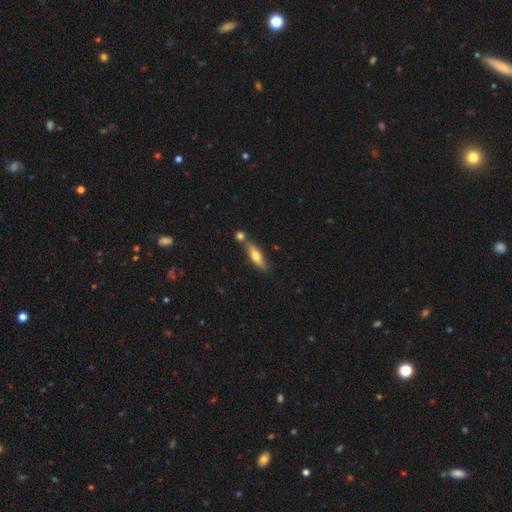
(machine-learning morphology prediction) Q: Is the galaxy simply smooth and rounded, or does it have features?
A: smooth — 56%.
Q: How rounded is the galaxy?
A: cigar-shaped — 66%.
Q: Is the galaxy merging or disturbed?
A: none — 63%.